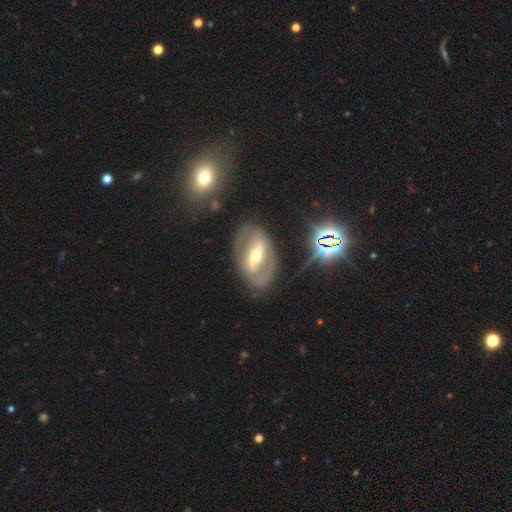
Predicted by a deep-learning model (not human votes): smooth-or-featured: featured or disk: 76% | smooth: 15% | star or artifact: 9%
  disk-edge-on: no: 91% | yes: 9%
    bar: strong: 66% | weak: 23% | no: 11%
    has-spiral-arms: yes: 57% | no: 43%
    bulge-size: moderate: 61% | small: 33% | large: 4% | dominant: 1% | none: 1%
  merging: none: 76% | minor disturbance: 14% | major disturbance: 8% | merger: 2%